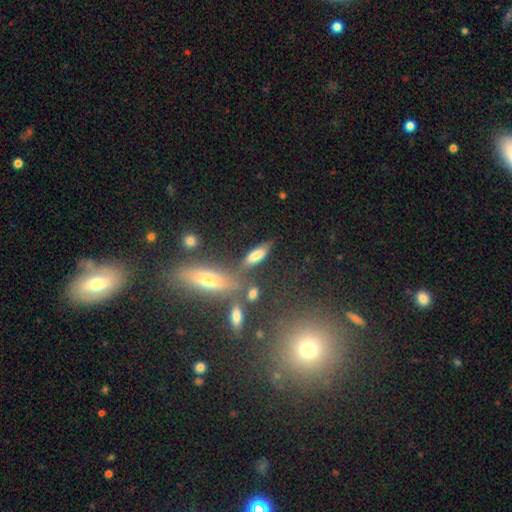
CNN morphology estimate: Smooth or featured: smooth — 71% (featured or disk — 19%)
How rounded: in between — 56% (cigar-shaped — 40%)
Merging: none — 56% (merger — 18%)